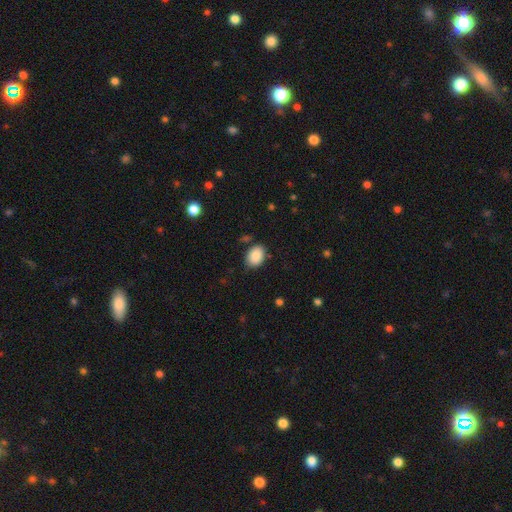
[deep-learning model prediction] Smooth or featured? smooth (89%)
How rounded? in between (79%)
Merging? none (81%)